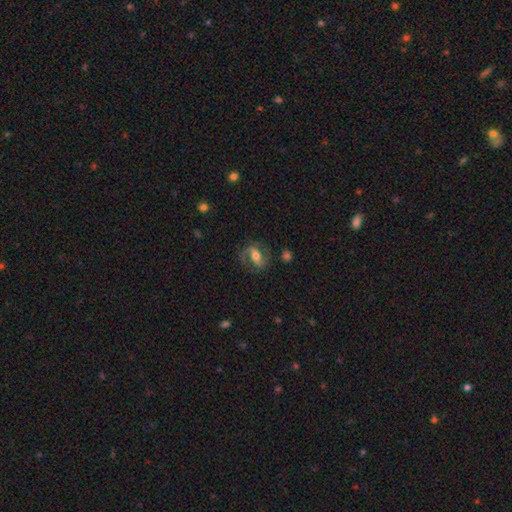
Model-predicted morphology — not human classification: featured or disk 71%, smooth 22%, star or artifact 7%. Down the decision tree: edge-on disk — no (95%); bar — strong (38%); spiral arms — yes (89%); spiral arm count — 2 (83%); spiral winding — medium (50%); bulge size — moderate (65%); merging — none (68%).